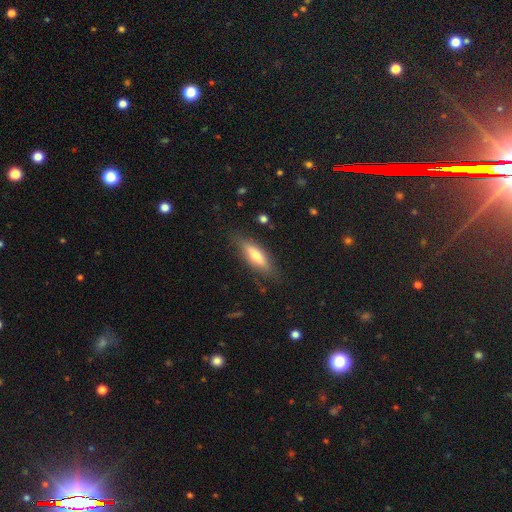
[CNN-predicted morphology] smooth-or-featured: smooth: 59% | featured or disk: 35% | star or artifact: 6%
  how-rounded: cigar-shaped: 53% | in between: 44% | round: 2%
  merging: none: 81% | minor disturbance: 14% | major disturbance: 3% | merger: 1%